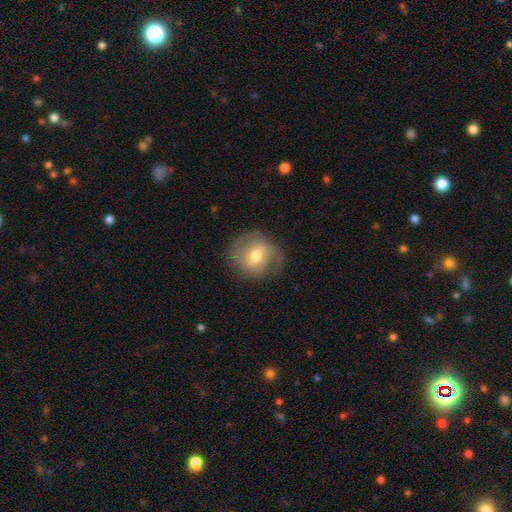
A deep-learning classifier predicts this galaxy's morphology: type=featured or disk (57%); edge-on=no (96%); bar=weak (50%); spiral arms=yes (76%); bulge=moderate (67%); merging=none (71%).